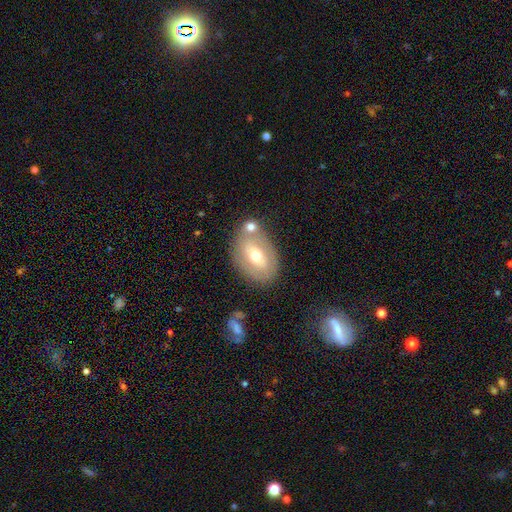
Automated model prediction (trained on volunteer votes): smooth 47%, featured or disk 46%, star or artifact 8%. Down the decision tree: merging — none (65%).